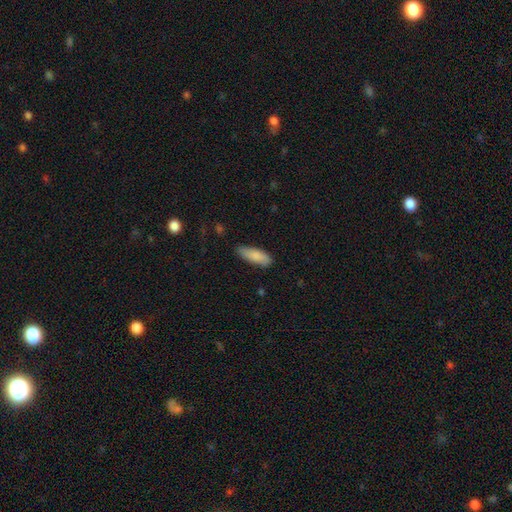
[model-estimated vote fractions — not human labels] This is clearly a smooth galaxy (86%). How rounded: likely in between (67%). Merging: likely none (80%).